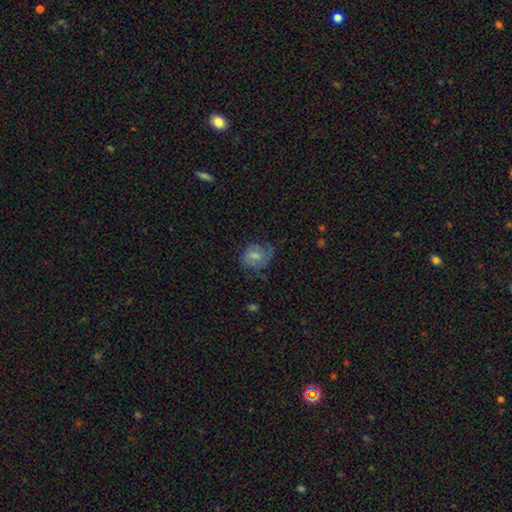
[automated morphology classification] Smooth or featured: featured or disk — 46% (smooth — 43%)
Merging: none — 59% (minor disturbance — 25%)